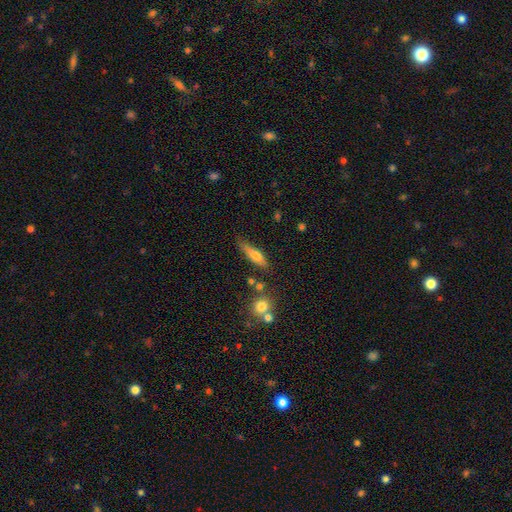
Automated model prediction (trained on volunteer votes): This appears to be a smooth galaxy with no disk features (59%) that is cigar-shaped (66%). Merging: none (67%).